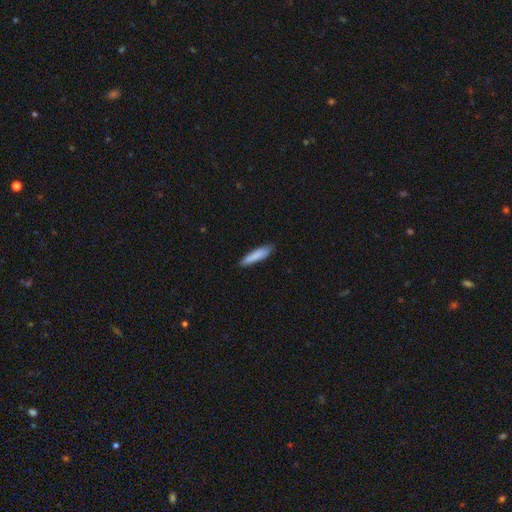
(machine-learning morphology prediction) type=smooth (85%); roundness=cigar-shaped (81%); merging=none (85%).